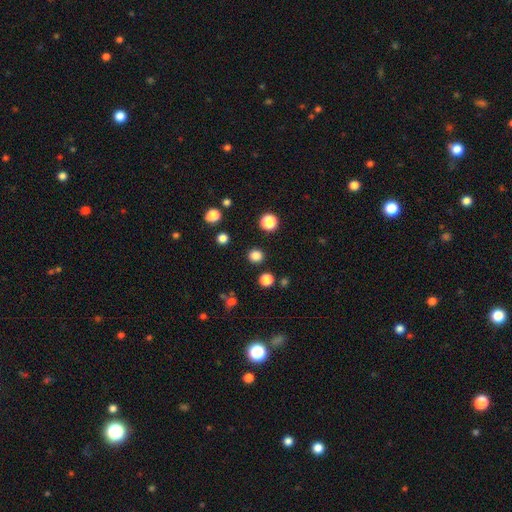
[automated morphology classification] A smooth galaxy with no disk features (82%) that is round (93%).

Vote fractions:
- Smooth or featured? smooth: 82% / star or artifact: 15% / featured or disk: 3%
- How rounded? round: 93% / in between: 6% / cigar-shaped: 1%
- Merging? none: 91% / minor disturbance: 5% / major disturbance: 2% / merger: 2%